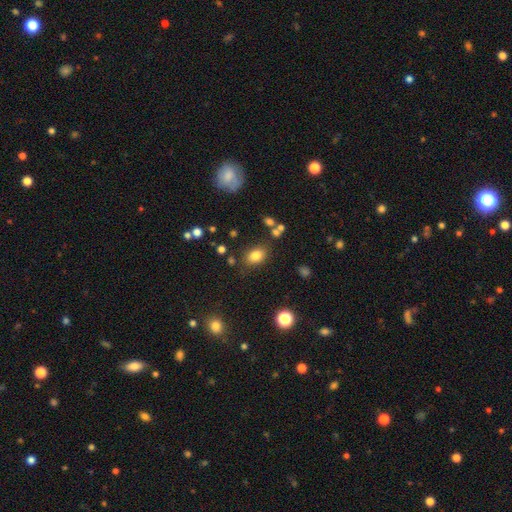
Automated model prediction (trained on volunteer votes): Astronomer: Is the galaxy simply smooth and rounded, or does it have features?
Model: smooth — 80%.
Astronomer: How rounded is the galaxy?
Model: in between — 73%.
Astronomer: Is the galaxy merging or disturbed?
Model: none — 78%.